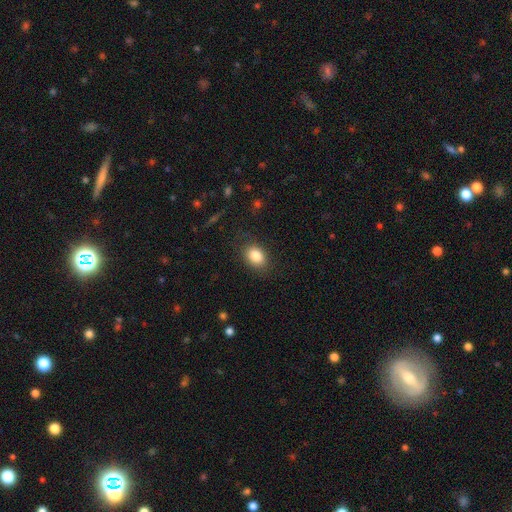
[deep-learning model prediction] Q: Smooth or featured?
A: smooth (85%); runner-up: star or artifact (9%)
Q: How rounded?
A: in between (74%); runner-up: round (25%)
Q: Merging?
A: none (83%); runner-up: minor disturbance (12%)